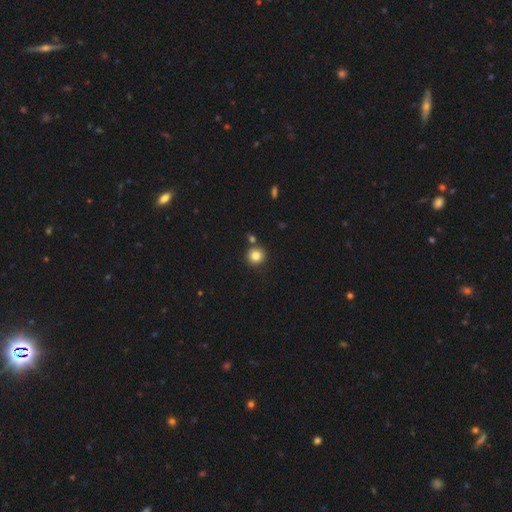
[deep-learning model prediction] This appears to be a smooth galaxy with no disk features (83%) that is round (93%). Merging: none (81%).